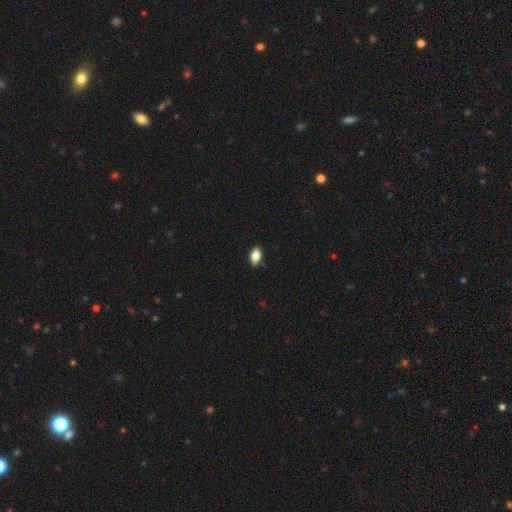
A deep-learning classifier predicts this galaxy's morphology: Overall: smooth (76%). How rounded: in between (89%). Merging: none (86%).